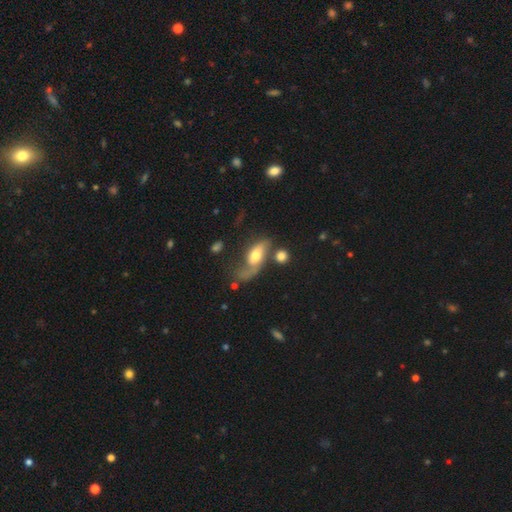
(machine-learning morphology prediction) A smooth galaxy with no disk features (48%).

Vote fractions:
- Smooth or featured? smooth: 48% / featured or disk: 45% / star or artifact: 8%
- Merging? major disturbance: 34% / none: 29% / minor disturbance: 19% / merger: 18%